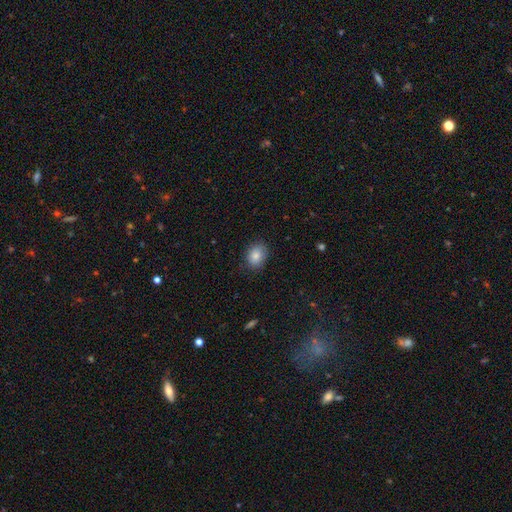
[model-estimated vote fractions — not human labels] The model was most divided on "how rounded": in between: 62%, round: 37%, cigar-shaped: 1%. More confident: smooth or featured — smooth (85%); merging — none (83%).